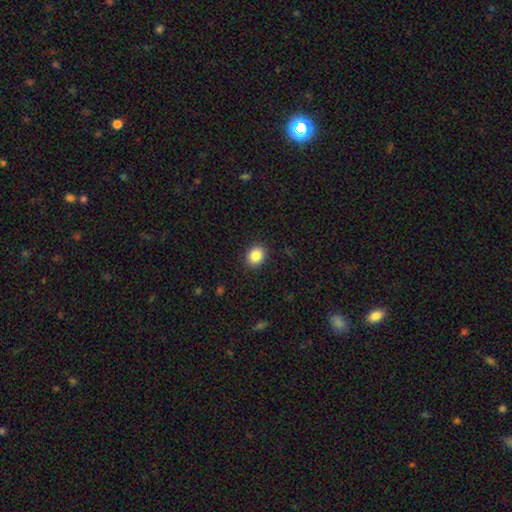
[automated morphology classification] smooth-or-featured: smooth: 86% | star or artifact: 9% | featured or disk: 5%
  how-rounded: round: 61% | in between: 38% | cigar-shaped: 1%
  merging: none: 91% | minor disturbance: 6% | major disturbance: 2% | merger: 1%